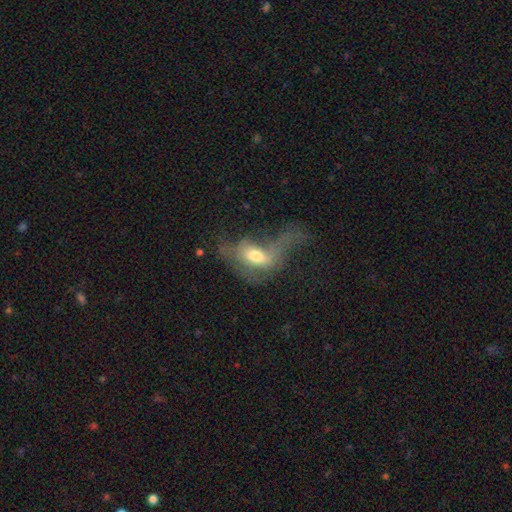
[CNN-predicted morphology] Smooth or featured? smooth (46%)
Merging? major disturbance (66%)